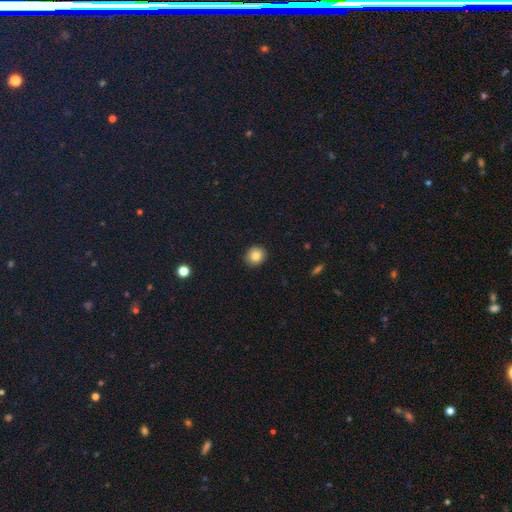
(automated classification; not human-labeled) A smooth galaxy with no disk features (84%) that is round (85%). Merging: none (91%).